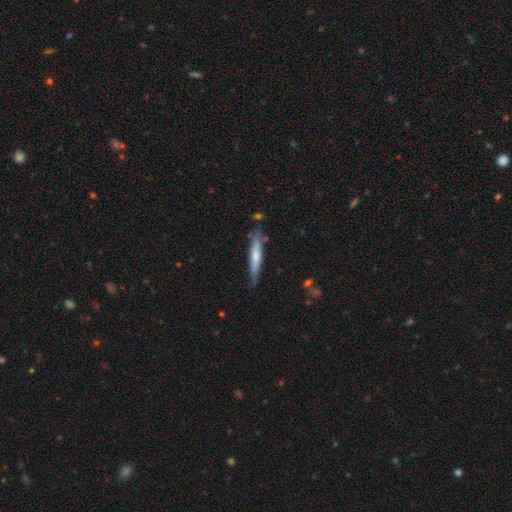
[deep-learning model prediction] The model was most divided on "smooth or featured": smooth: 57%, featured or disk: 37%, star or artifact: 5%. More confident: how rounded — cigar-shaped (91%); merging — none (71%).